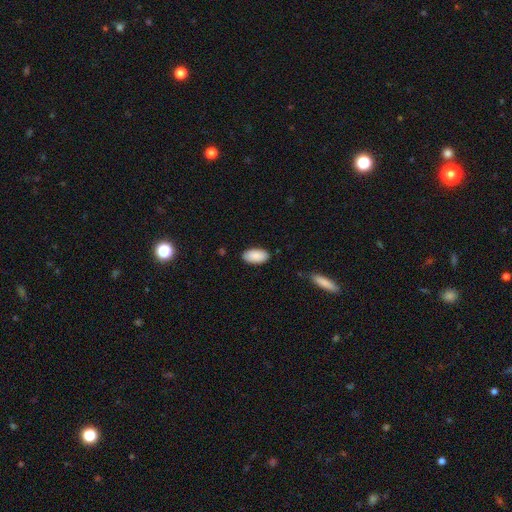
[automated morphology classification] smooth 90%, star or artifact 6%, featured or disk 4%. Down the decision tree: how rounded — in between (96%); merging — none (86%).